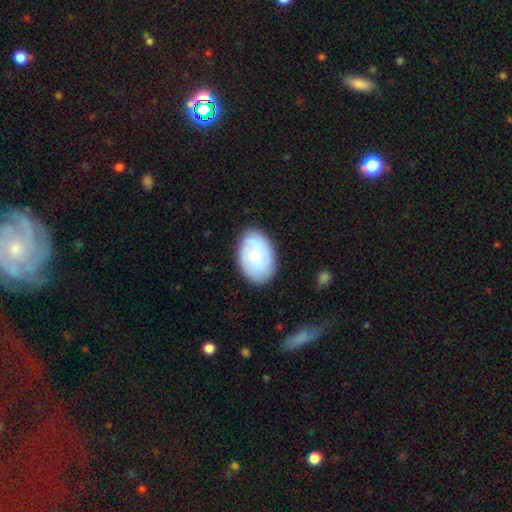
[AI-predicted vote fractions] Overall: smooth (53%; featured or disk 41%). How rounded: in between (85%). Merging: none (81%).